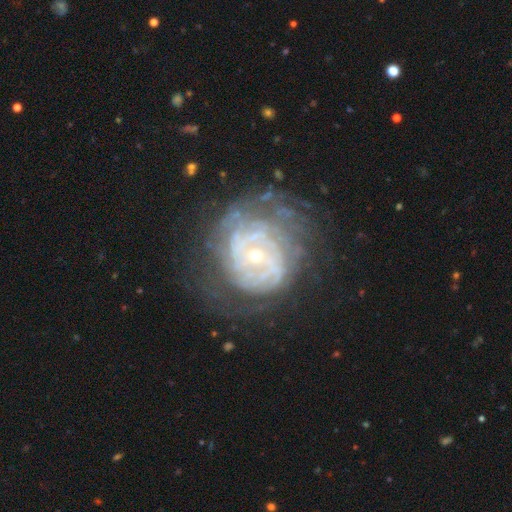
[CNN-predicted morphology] This is clearly a featured or disk galaxy (83%). It is clearly not viewed edge-on (97%). Bar: likely no (70%). Spiral arm pattern: clearly yes (86%). Spiral arm count: possibly can't tell (48%). Spiral winding: likely tight (68%). Central bulge: likely small (78%). Merging: likely none (60%).